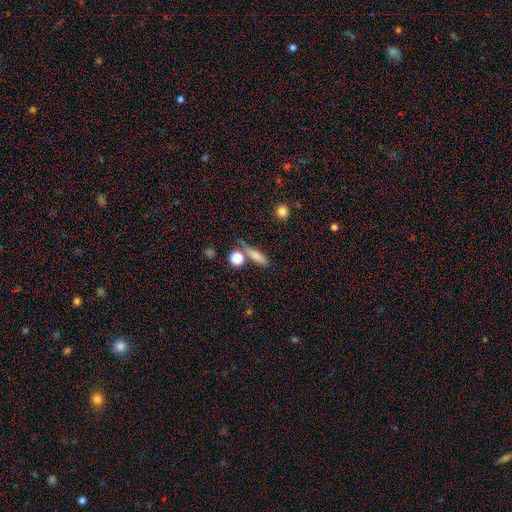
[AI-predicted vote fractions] Q: Smooth or featured?
A: smooth (73%); runner-up: featured or disk (15%)
Q: How rounded?
A: cigar-shaped (52%); runner-up: in between (38%)
Q: Merging?
A: none (63%); runner-up: minor disturbance (15%)